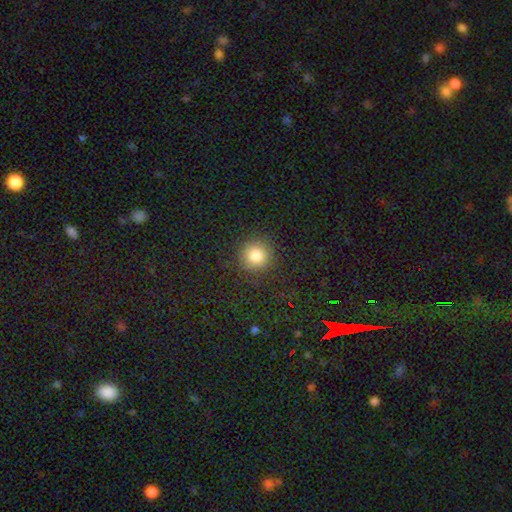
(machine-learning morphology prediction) The model was most divided on "smooth or featured": smooth: 81%, star or artifact: 13%, featured or disk: 6%. More confident: how rounded — round (93%); merging — none (88%).